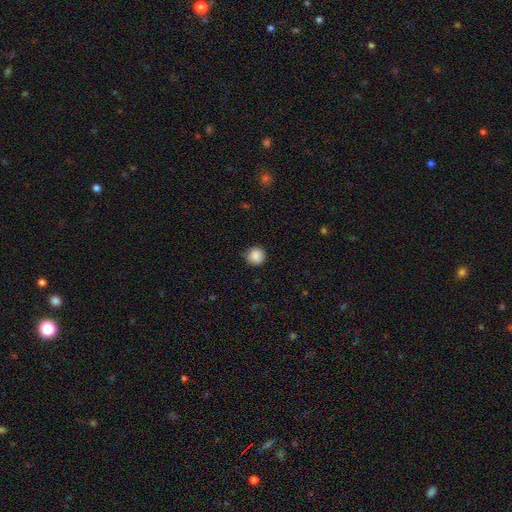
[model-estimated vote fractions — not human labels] smooth_or_featured: smooth (p=0.87) [alt: star or artifact p=0.09]
how_rounded: round (p=0.93) [alt: in between p=0.06]
merging: none (p=0.84) [alt: minor disturbance p=0.13]